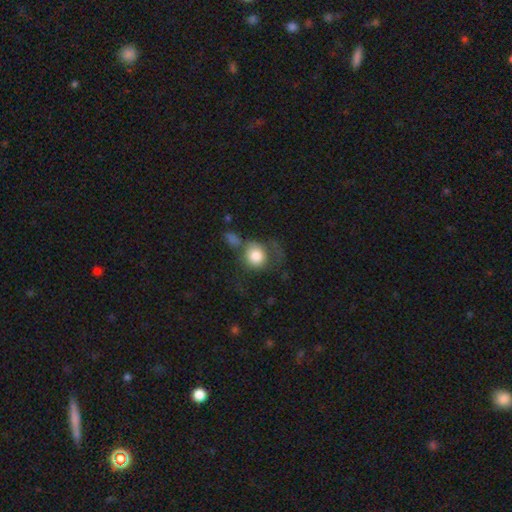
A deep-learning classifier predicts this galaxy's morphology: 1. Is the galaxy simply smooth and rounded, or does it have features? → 76% smooth, 16% featured or disk, 8% star or artifact.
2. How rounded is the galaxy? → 80% round, 19% in between, 1% cigar-shaped.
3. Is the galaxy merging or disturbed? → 31% none, 27% major disturbance, 23% merger, 19% minor disturbance.